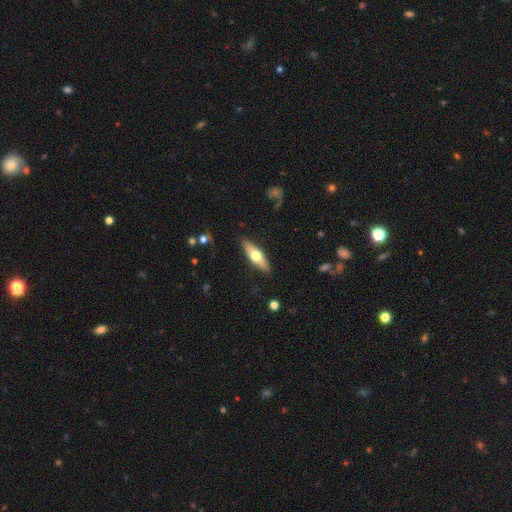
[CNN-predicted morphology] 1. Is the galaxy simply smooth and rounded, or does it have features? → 49% smooth, 46% featured or disk, 5% star or artifact.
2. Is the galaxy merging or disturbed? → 88% none, 9% minor disturbance, 2% major disturbance, 1% merger.